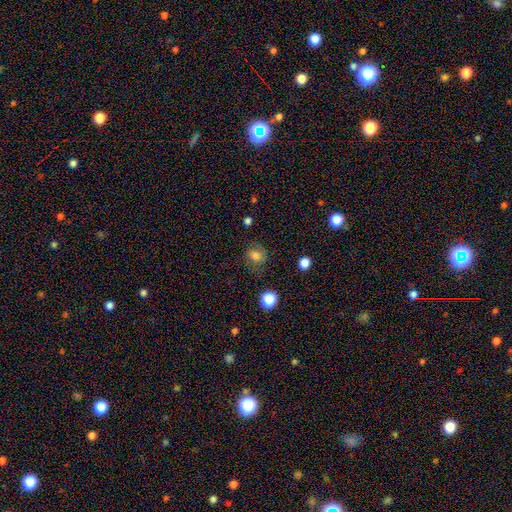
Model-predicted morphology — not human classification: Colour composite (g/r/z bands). It shows a smooth galaxy with no disk features (80%) that is round (75%). Merging: none (77%).